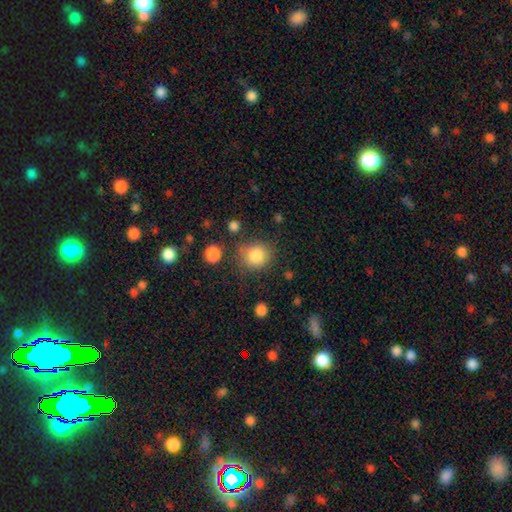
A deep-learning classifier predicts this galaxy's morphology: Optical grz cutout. It shows a smooth galaxy with no disk features (84%) that is round (81%). Merging: none (72%).